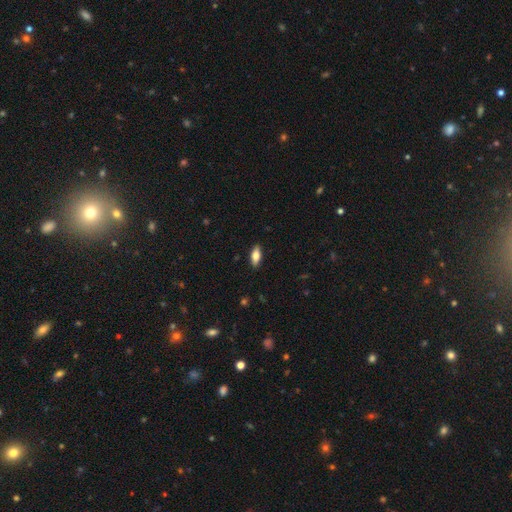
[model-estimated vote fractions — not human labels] Smooth or featured?
  - smooth: 75% *
  - featured or disk: 19%
  - star or artifact: 7%
How rounded?
  - in between: 78% *
  - cigar-shaped: 19%
  - round: 2%
Merging?
  - none: 89% *
  - minor disturbance: 8%
  - major disturbance: 2%
  - merger: 1%